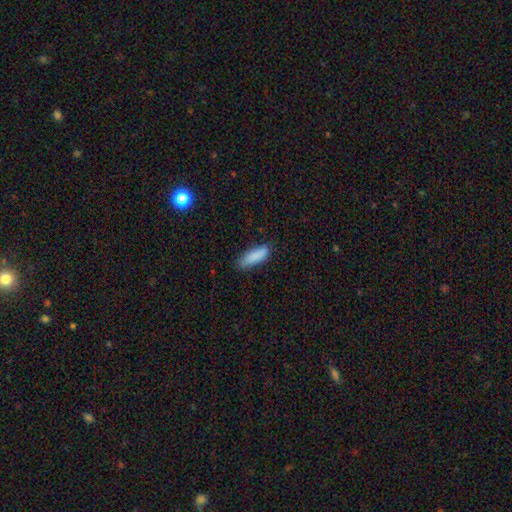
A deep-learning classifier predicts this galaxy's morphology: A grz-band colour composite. It shows a smooth galaxy with no disk features (88%) that is in between round and cigar-shaped (53%). Merging: none (77%).